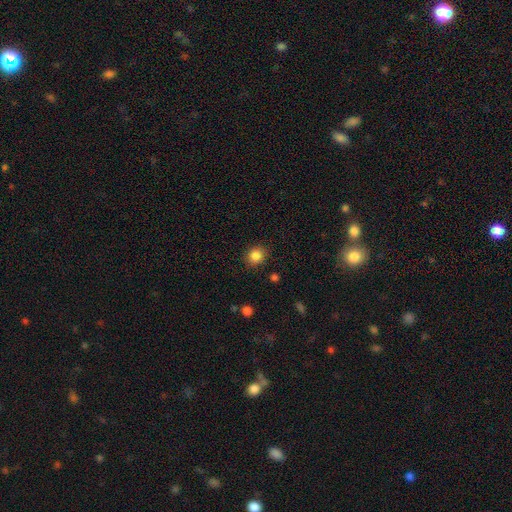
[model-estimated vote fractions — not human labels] Smooth or featured: smooth — 85% (star or artifact — 10%)
How rounded: round — 80% (in between — 19%)
Merging: none — 88% (minor disturbance — 8%)